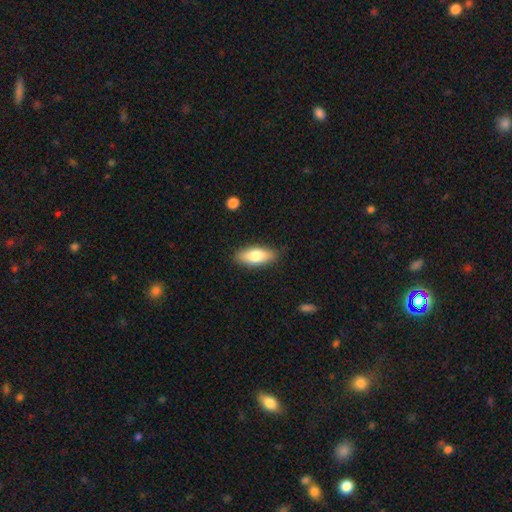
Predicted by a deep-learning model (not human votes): smooth_or_featured: smooth (p=0.77) [alt: featured or disk p=0.18]
how_rounded: in between (p=0.77) [alt: cigar-shaped p=0.20]
merging: none (p=0.86) [alt: minor disturbance p=0.10]